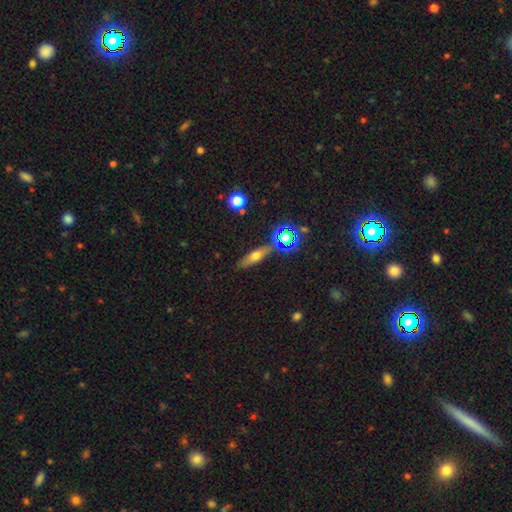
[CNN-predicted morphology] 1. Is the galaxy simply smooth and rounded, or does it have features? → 51% smooth, 31% featured or disk, 18% star or artifact.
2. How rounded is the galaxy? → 56% cigar-shaped, 35% in between, 9% round.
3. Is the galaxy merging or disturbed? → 79% none, 12% minor disturbance, 6% merger, 3% major disturbance.